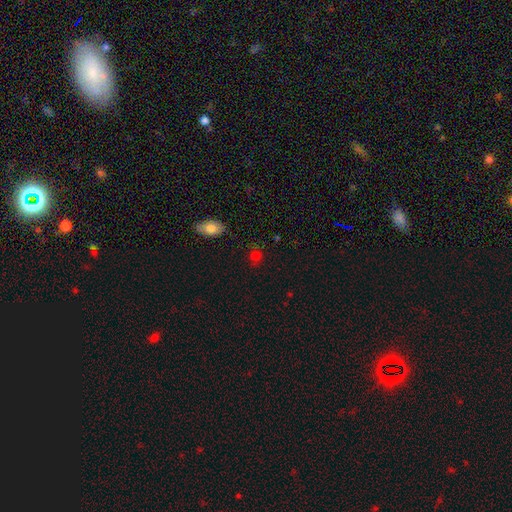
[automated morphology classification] smooth_or_featured: smooth (p=0.73) [alt: star or artifact p=0.20]
how_rounded: round (p=0.69) [alt: in between p=0.29]
merging: none (p=0.79) [alt: minor disturbance p=0.14]